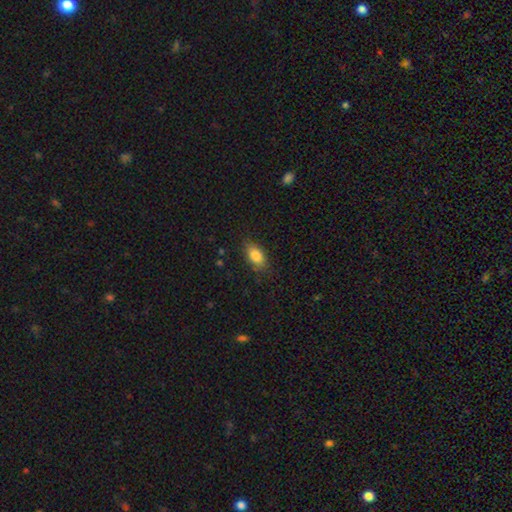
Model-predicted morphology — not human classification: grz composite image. It shows a smooth galaxy with no disk features (84%) that is in between round and cigar-shaped (88%). Merging: none (80%).